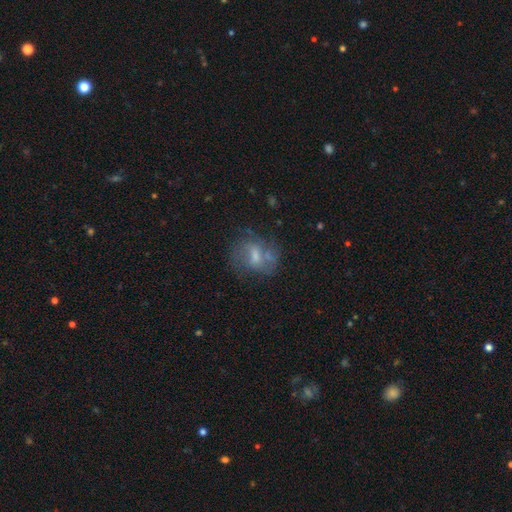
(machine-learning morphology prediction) Smooth or featured?
  - featured or disk: 53% *
  - smooth: 34%
  - star or artifact: 13%
Edge-on disk?
  - no: 95% *
  - yes: 5%
Bar?
  - weak: 48% *
  - no: 37%
  - strong: 15%
Spiral arms?
  - yes: 58% *
  - no: 42%
Bulge size?
  - moderate: 44% *
  - small: 35%
  - none: 13%
  - large: 7%
  - dominant: 1%
Merging?
  - none: 57% *
  - minor disturbance: 20%
  - major disturbance: 15%
  - merger: 9%